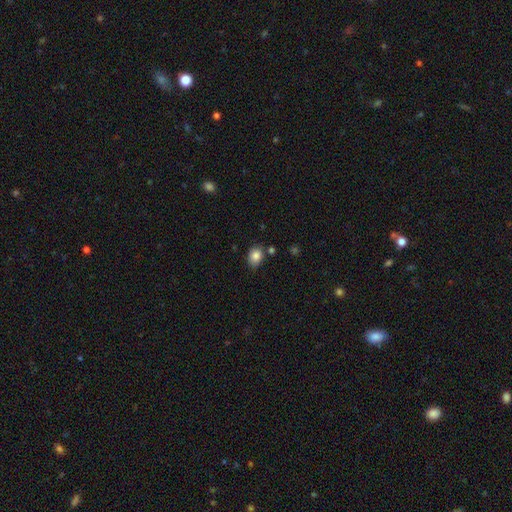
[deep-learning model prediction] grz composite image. It shows a smooth galaxy with no disk features (85%) that is in between round and cigar-shaped (58%). Merging: none (75%).